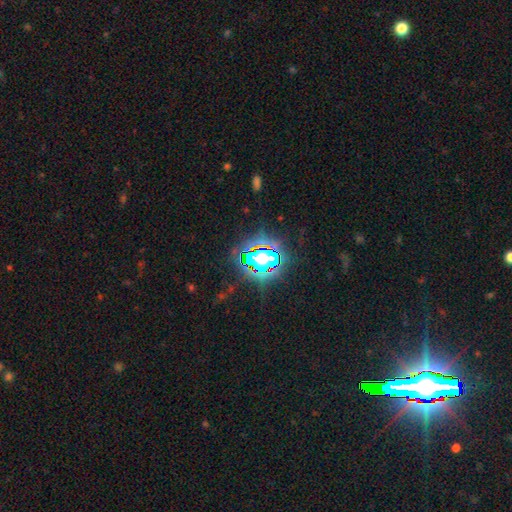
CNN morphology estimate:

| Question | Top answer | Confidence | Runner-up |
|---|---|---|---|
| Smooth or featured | star or artifact | 84% | smooth (9%) |